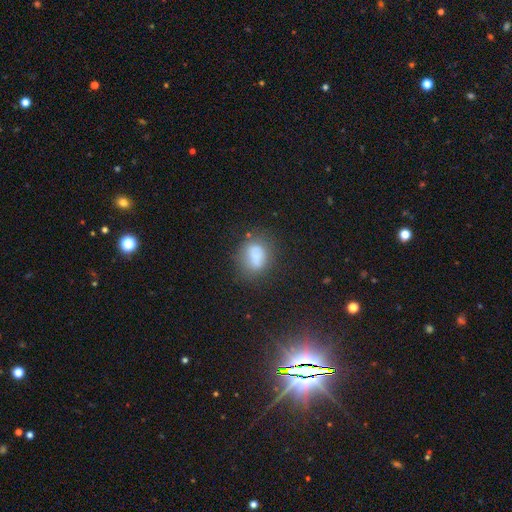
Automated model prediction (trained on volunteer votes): A smooth galaxy with no disk features (69%) that is in between round and cigar-shaped (61%). Merging: none (55%).